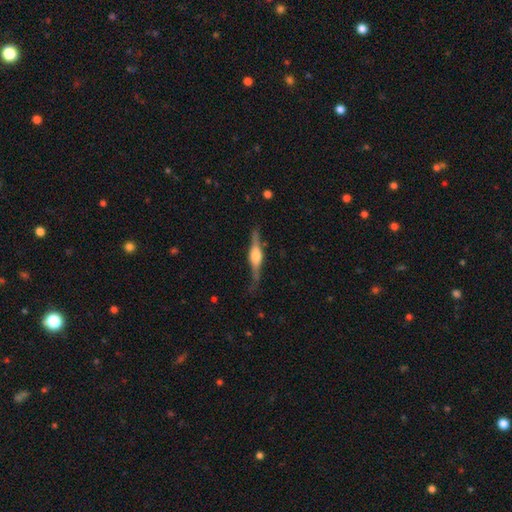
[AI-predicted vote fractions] A featured or disk galaxy (77%) viewed edge-on (97%) with a rounded central bulge (87%).

Vote fractions:
- Smooth or featured? featured or disk: 77% / smooth: 18% / star or artifact: 5%
- Edge-on disk? yes: 97% / no: 3%
- Edge-on bulge? rounded: 87% / boxy: 11% / none: 2%
- Merging? none: 79% / minor disturbance: 16% / major disturbance: 4% / merger: 2%